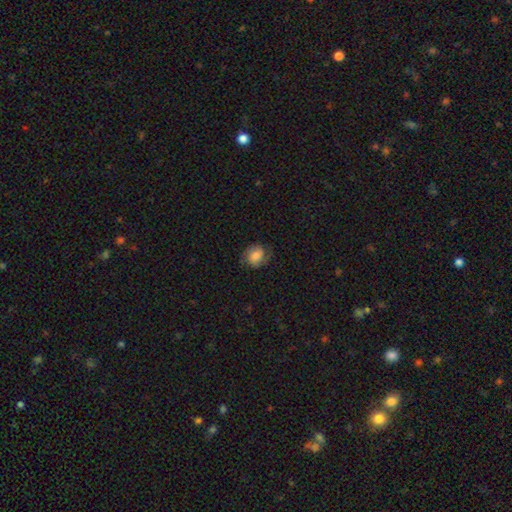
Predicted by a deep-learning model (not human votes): Morphology: type=smooth (49%); merging=none (74%).